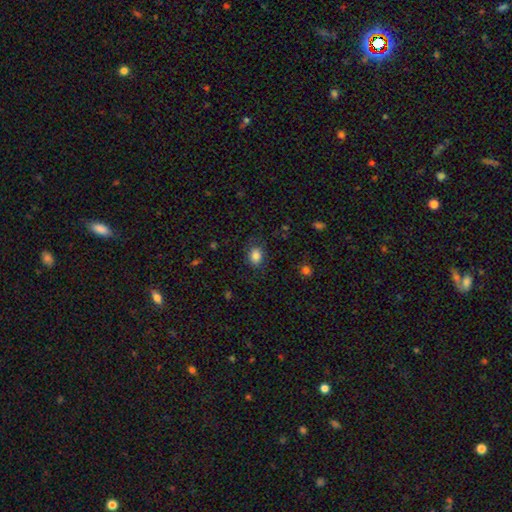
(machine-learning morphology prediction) Overall: smooth (85%). How rounded: in between (57%; round 42%). Merging: none (78%).